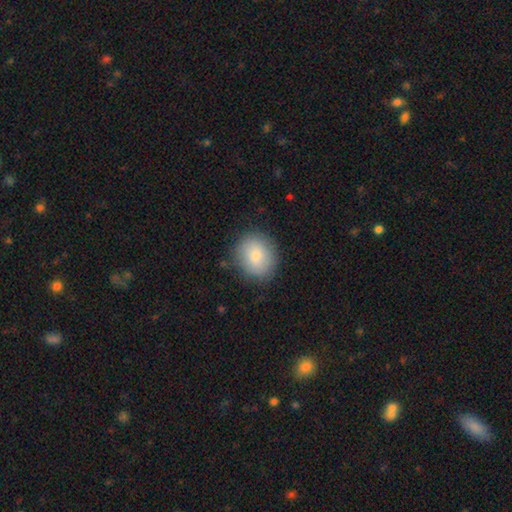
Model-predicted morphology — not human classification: type=smooth (80%); roundness=round (68%); merging=none (84%).